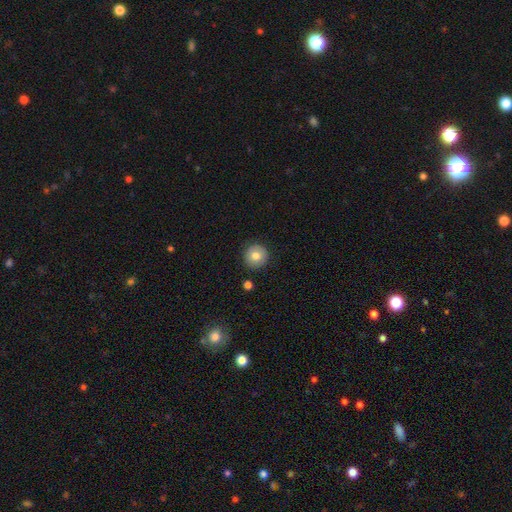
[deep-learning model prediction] smooth_or_featured: smooth (p=0.80) [alt: featured or disk p=0.12]
how_rounded: round (p=0.94) [alt: in between p=0.05]
merging: none (p=0.90) [alt: minor disturbance p=0.07]